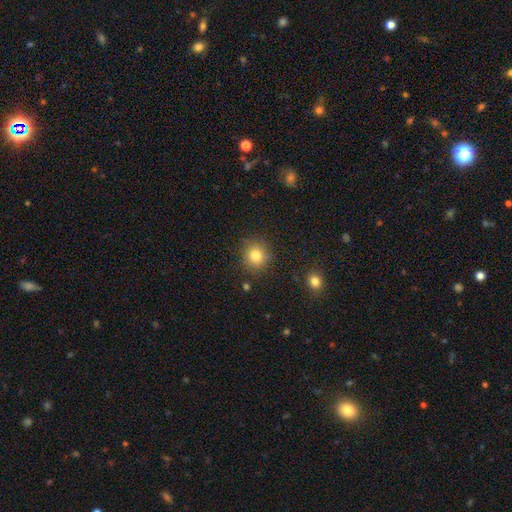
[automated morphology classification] type=smooth (81%); roundness=round (89%); merging=none (86%).